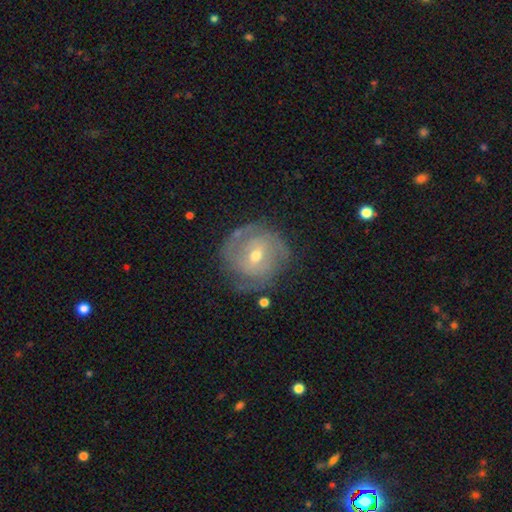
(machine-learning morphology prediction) A featured or disk galaxy (77%) with no bar (46%), 2 (37%) tight (62%) spiral arms (88%) and a moderate central bulge (54%). Merging: none (72%).